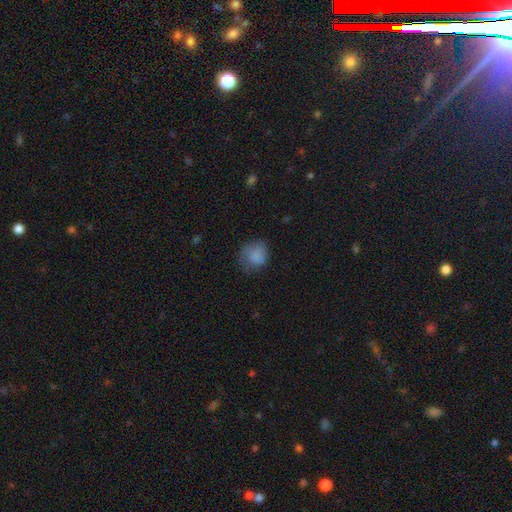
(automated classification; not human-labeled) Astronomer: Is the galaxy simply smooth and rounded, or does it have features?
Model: smooth — 79%.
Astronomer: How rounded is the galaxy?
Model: round — 75%.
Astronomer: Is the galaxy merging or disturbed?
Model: none — 52% (runner-up: minor disturbance, 29%).